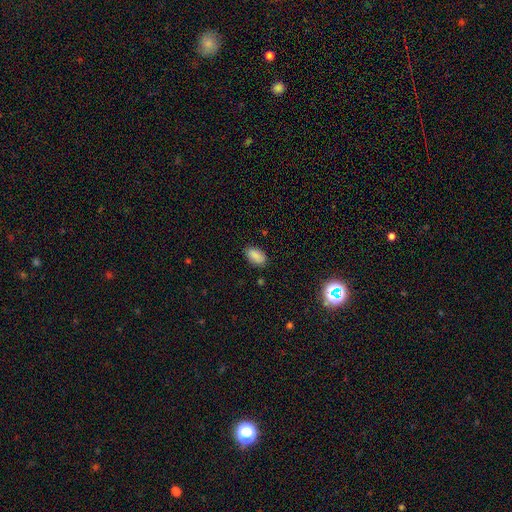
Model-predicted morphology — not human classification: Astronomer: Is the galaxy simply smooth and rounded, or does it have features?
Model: smooth — 87%.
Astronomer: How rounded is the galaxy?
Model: in between — 93%.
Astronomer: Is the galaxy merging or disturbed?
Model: none — 84%.